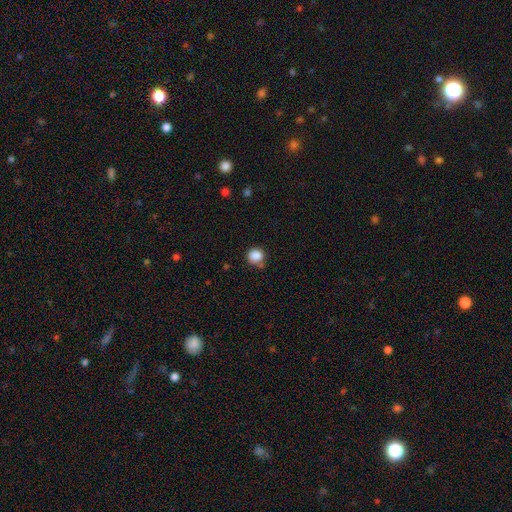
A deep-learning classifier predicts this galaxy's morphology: Smooth or featured? smooth (87%)
How rounded? round (90%)
Merging? none (70%)